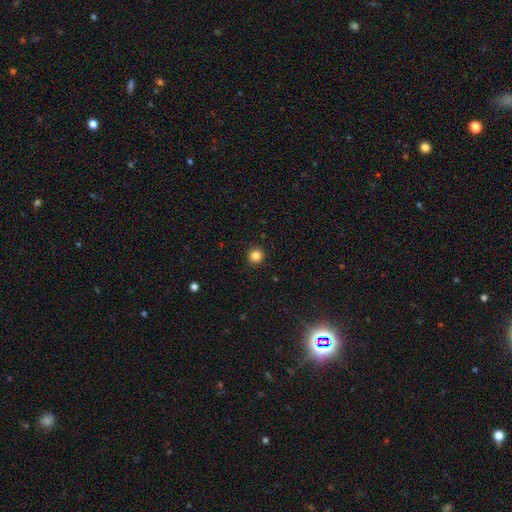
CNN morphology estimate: This appears to be a smooth galaxy with no disk features (84%) that is round (95%). Merging: none (93%).